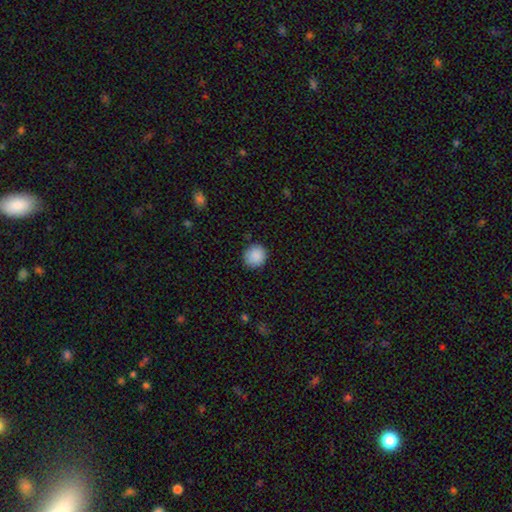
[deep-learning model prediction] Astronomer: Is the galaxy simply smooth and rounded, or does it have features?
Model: smooth — 89%.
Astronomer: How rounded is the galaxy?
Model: round — 89%.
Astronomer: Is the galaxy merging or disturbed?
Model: none — 89%.